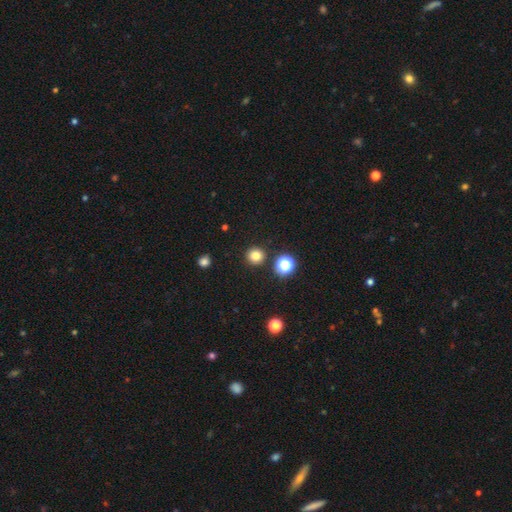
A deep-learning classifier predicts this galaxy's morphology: Q: Smooth or featured?
A: smooth (79%); runner-up: star or artifact (15%)
Q: How rounded?
A: round (94%); runner-up: in between (5%)
Q: Merging?
A: none (90%); runner-up: minor disturbance (5%)